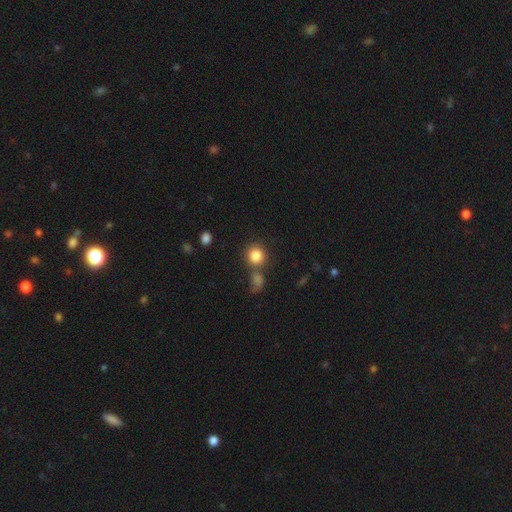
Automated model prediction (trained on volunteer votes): Smooth or featured? Predicted: smooth (p=0.83). How rounded? Predicted: round (p=0.89). Merging? Predicted: none (p=0.66).